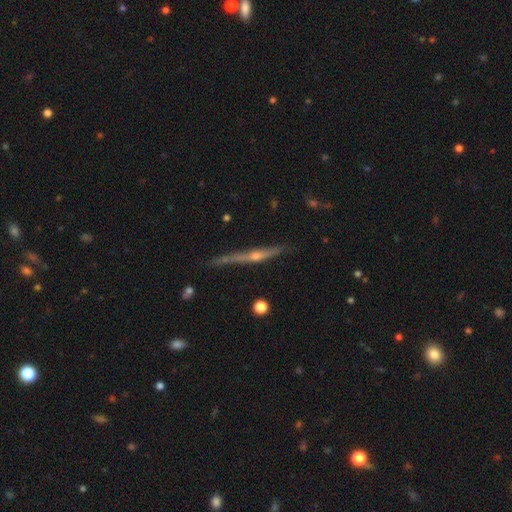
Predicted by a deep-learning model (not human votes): smooth-or-featured: featured or disk: 78% | smooth: 14% | star or artifact: 8%
  disk-edge-on: yes: 97% | no: 3%
    edge-on-bulge: rounded: 83% | none: 13% | boxy: 4%
  merging: none: 81% | minor disturbance: 14% | major disturbance: 3% | merger: 2%